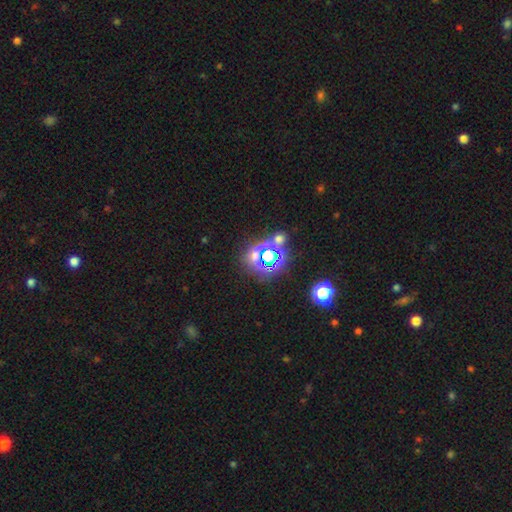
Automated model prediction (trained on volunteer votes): A star or artifact, not a galaxy (68%).

Vote fractions:
- Smooth or featured? star or artifact: 68% / smooth: 22% / featured or disk: 10%